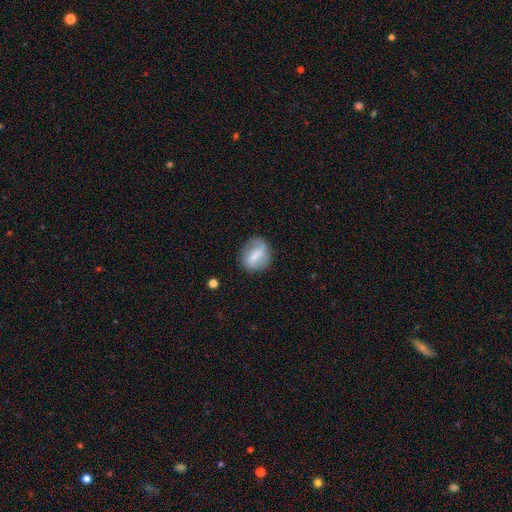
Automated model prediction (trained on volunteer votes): Overall: smooth (49%; featured or disk 43%). Merging: none (73%).